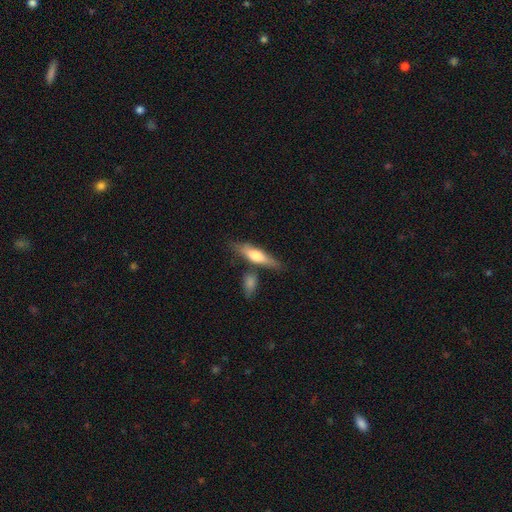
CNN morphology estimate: A smooth galaxy with no disk features (52%) that is cigar-shaped (69%).

Vote fractions:
- Smooth or featured? smooth: 52% / featured or disk: 42% / star or artifact: 6%
- How rounded? cigar-shaped: 69% / in between: 28% / round: 3%
- Merging? none: 69% / merger: 14% / minor disturbance: 14% / major disturbance: 4%